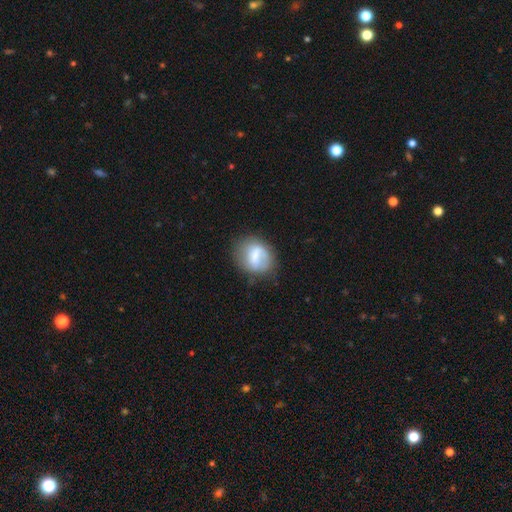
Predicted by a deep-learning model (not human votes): A smooth galaxy with no disk features (60%) that is round (57%). Merging: none (60%).